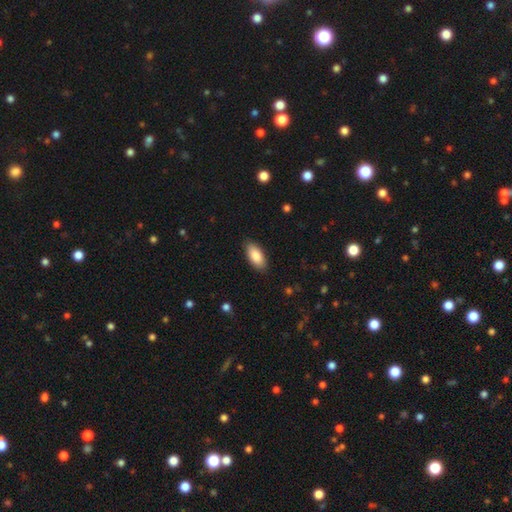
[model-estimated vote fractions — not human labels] smooth_or_featured: smooth (p=0.86) [alt: featured or disk p=0.08]
how_rounded: in between (p=0.89) [alt: cigar-shaped p=0.09]
merging: none (p=0.88) [alt: minor disturbance p=0.09]